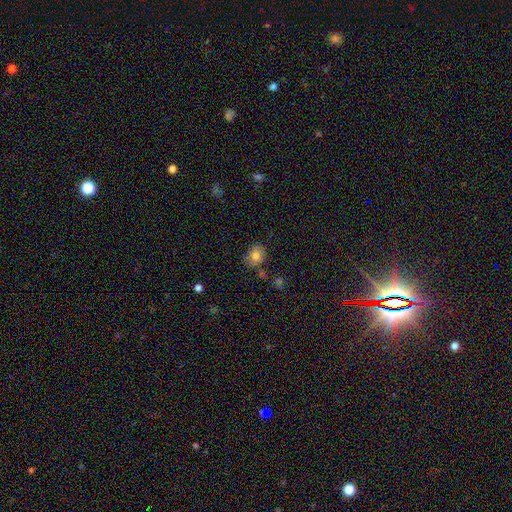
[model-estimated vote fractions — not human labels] Smooth or featured? smooth (78%)
How rounded? round (54%)
Merging? none (70%)